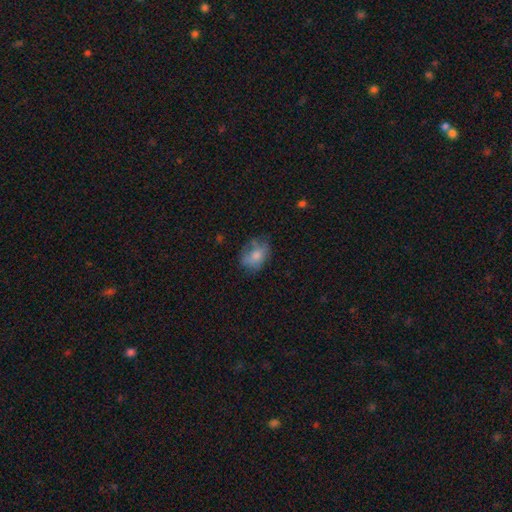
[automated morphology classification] smooth-or-featured: smooth: 70% | featured or disk: 21% | star or artifact: 9%
  how-rounded: in between: 72% | round: 26% | cigar-shaped: 1%
  merging: none: 53% | minor disturbance: 30% | major disturbance: 15% | merger: 3%